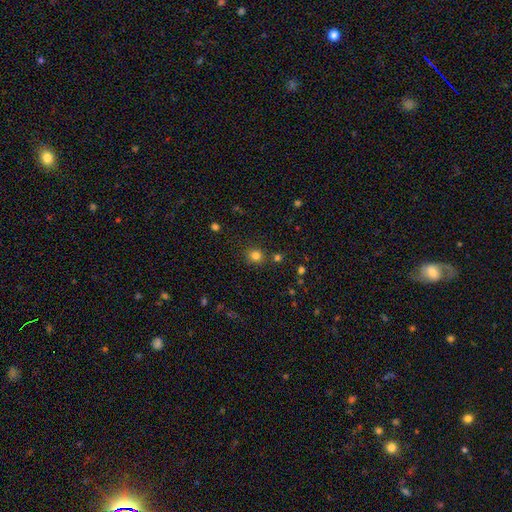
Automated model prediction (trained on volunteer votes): Smooth or featured: smooth — 79% (star or artifact — 16%)
How rounded: round — 86% (in between — 13%)
Merging: none — 80% (minor disturbance — 9%)